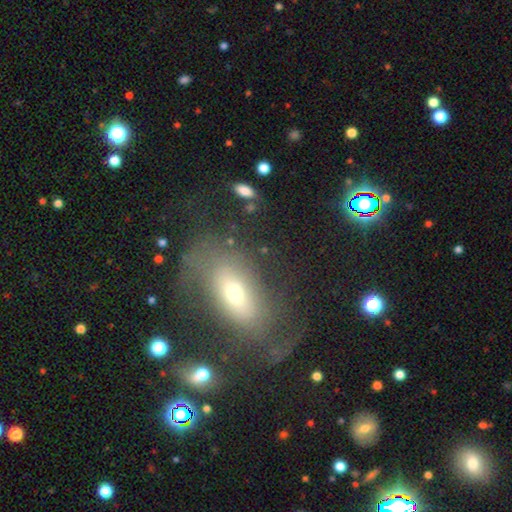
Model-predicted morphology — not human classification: A featured or disk galaxy (51%).

Vote fractions:
- Smooth or featured? featured or disk: 51% / smooth: 33% / star or artifact: 16%
- Edge-on disk? no: 81% / yes: 19%
- Merging? none: 69% / minor disturbance: 16% / major disturbance: 12% / merger: 3%